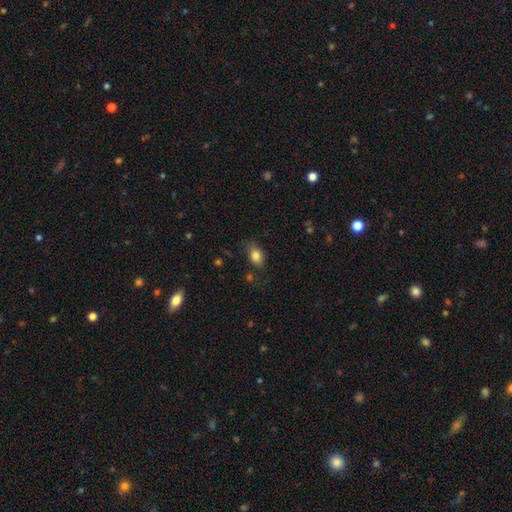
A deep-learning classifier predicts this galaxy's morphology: Q: Smooth or featured?
A: smooth (82%); runner-up: featured or disk (9%)
Q: How rounded?
A: in between (81%); runner-up: round (17%)
Q: Merging?
A: none (68%); runner-up: minor disturbance (23%)